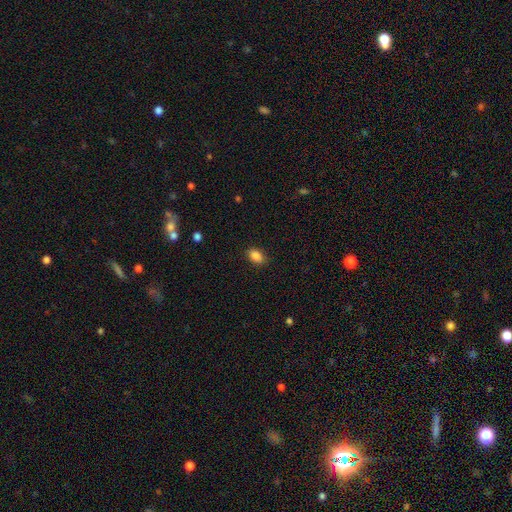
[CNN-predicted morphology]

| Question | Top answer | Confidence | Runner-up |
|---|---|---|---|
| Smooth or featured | smooth | 88% | star or artifact (9%) |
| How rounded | in between | 84% | round (15%) |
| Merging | none | 84% | minor disturbance (12%) |